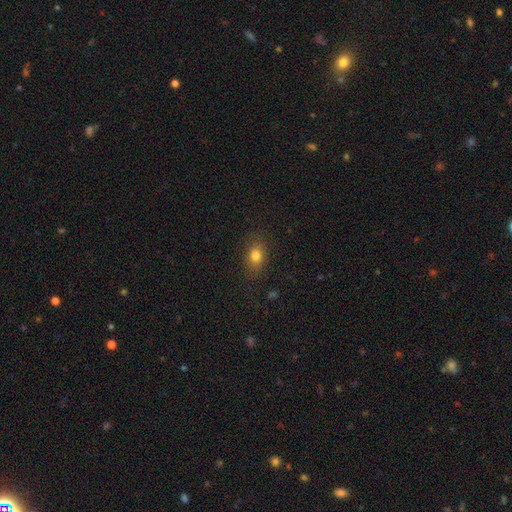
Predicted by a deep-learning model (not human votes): This is likely a smooth galaxy (80%). How rounded: likely in between (71%). Merging: clearly none (83%).